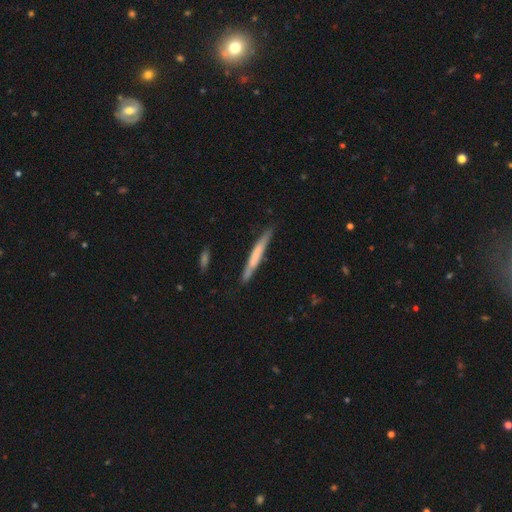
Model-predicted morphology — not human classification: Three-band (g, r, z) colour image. It shows a smooth galaxy with no disk features (57%) that is cigar-shaped (96%). Merging: none (84%).